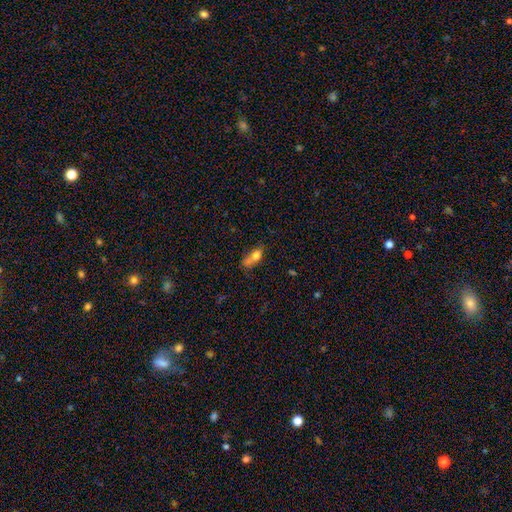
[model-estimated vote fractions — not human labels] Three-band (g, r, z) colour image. It shows a smooth galaxy with no disk features (71%) that is in between round and cigar-shaped (69%). Merging: merger (41%).